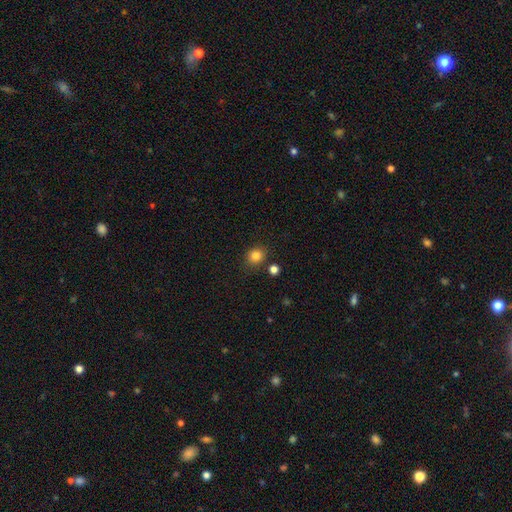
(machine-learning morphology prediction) The model was most divided on "how rounded": round: 76%, in between: 23%, cigar-shaped: 1%. More confident: smooth or featured — smooth (84%); merging — none (81%).